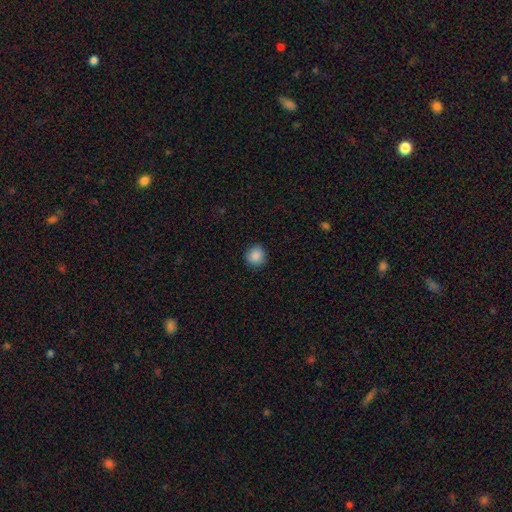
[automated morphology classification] Smooth or featured? smooth (88%)
How rounded? round (90%)
Merging? none (89%)